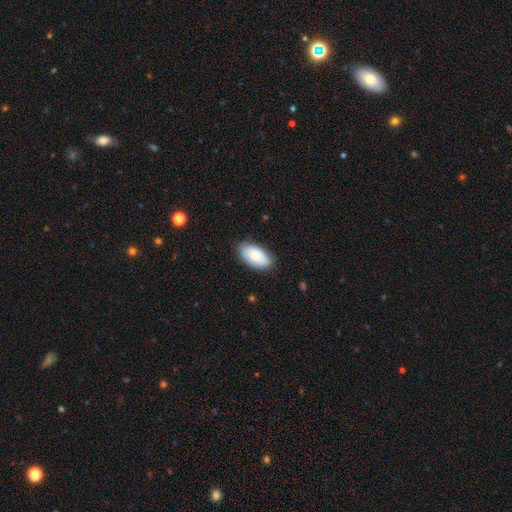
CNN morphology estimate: This is clearly a smooth galaxy (84%). How rounded: clearly in between (94%). Merging: clearly none (83%).